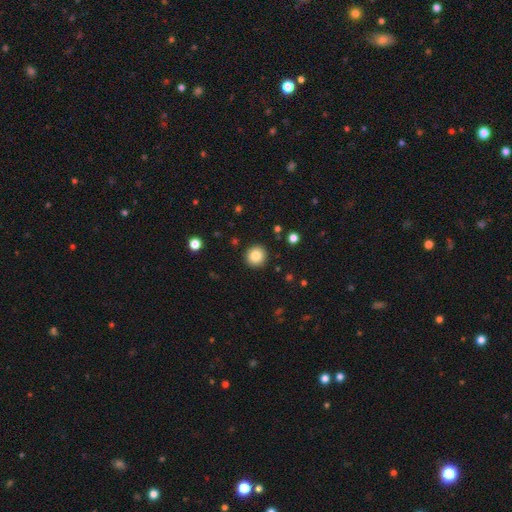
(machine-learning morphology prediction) type=smooth (85%); roundness=round (95%); merging=none (91%).